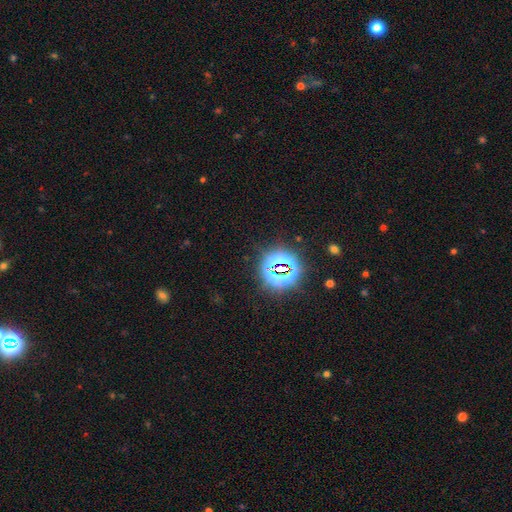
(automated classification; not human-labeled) smooth_or_featured: star or artifact (p=0.84) [alt: smooth p=0.10]